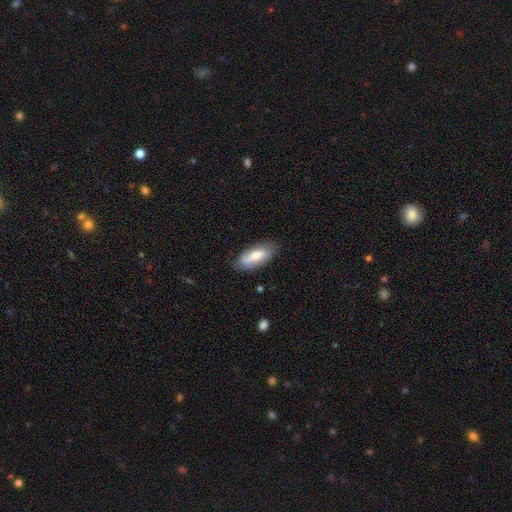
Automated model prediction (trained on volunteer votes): Smooth or featured? smooth (58%)
How rounded? in between (83%)
Merging? none (79%)